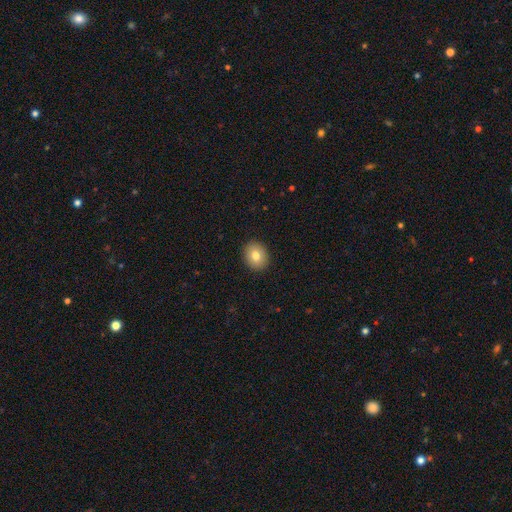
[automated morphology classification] Smooth or featured? Predicted: smooth (p=0.80). How rounded? Predicted: round (p=0.59). Merging? Predicted: none (p=0.91).